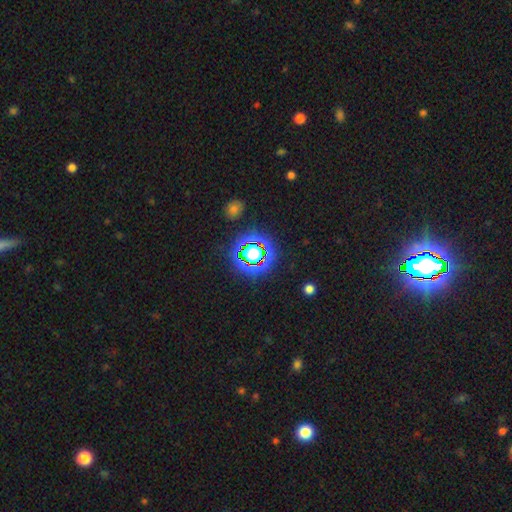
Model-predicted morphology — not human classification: Q: Smooth or featured?
A: star or artifact (80%); runner-up: smooth (12%)